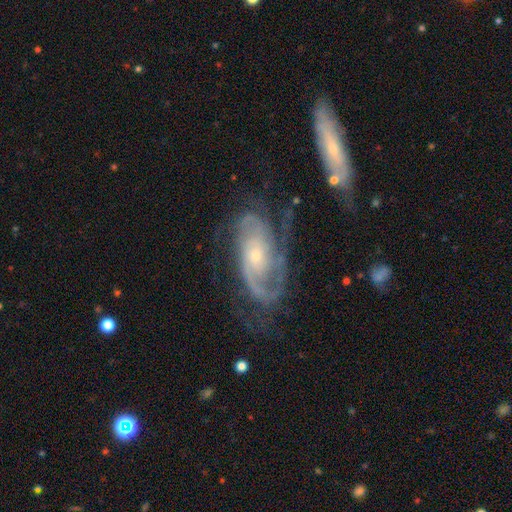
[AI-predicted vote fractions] Q: Smooth or featured?
A: featured or disk (87%); runner-up: smooth (8%)
Q: Edge-on disk?
A: no (95%); runner-up: yes (5%)
Q: Bar?
A: no (67%); runner-up: weak (26%)
Q: Spiral arms?
A: yes (96%); runner-up: no (4%)
Q: Spiral winding?
A: tight (48%); runner-up: medium (40%)
Q: Spiral arm count?
A: 2 (53%); runner-up: can't tell (19%)
Q: Bulge size?
A: small (60%); runner-up: moderate (34%)
Q: Merging?
A: none (58%); runner-up: minor disturbance (20%)